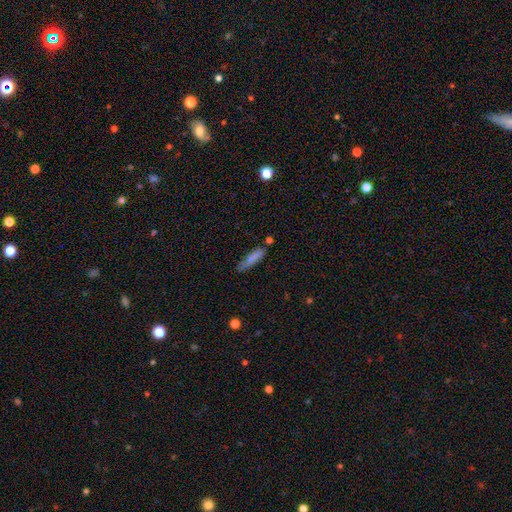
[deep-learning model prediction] Overall: smooth (69%). How rounded: cigar-shaped (85%). Merging: none (77%).